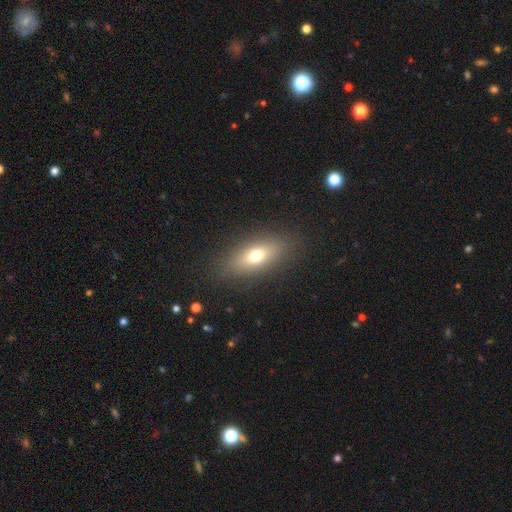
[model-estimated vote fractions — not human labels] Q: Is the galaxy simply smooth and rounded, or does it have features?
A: smooth — 67%.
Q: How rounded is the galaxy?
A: in between — 75%.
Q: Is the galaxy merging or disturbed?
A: none — 85%.